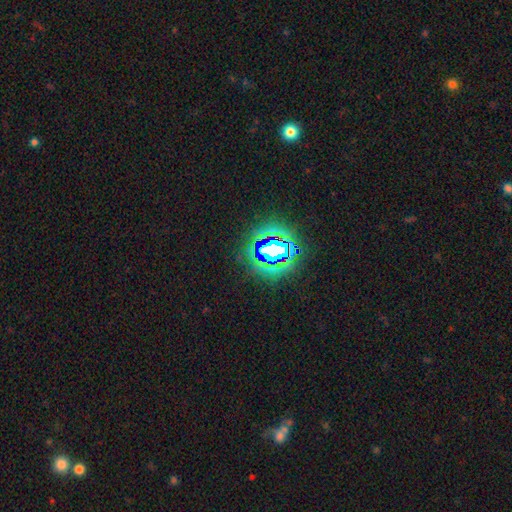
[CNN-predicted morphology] Smooth or featured?
  - star or artifact: 83% *
  - smooth: 11%
  - featured or disk: 6%